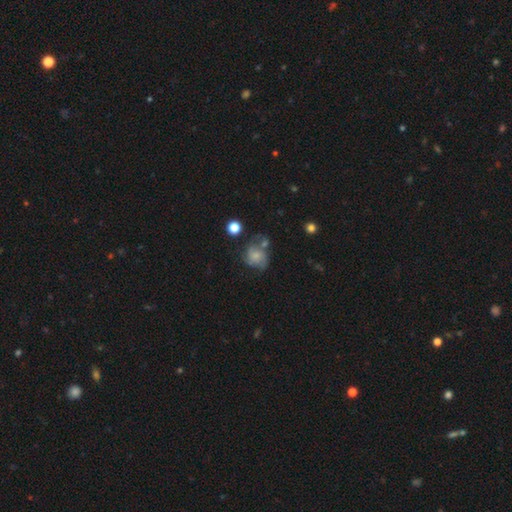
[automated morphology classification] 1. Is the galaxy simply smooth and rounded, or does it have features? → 48% smooth, 42% featured or disk, 10% star or artifact.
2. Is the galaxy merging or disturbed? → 39% none, 25% minor disturbance, 20% major disturbance, 16% merger.